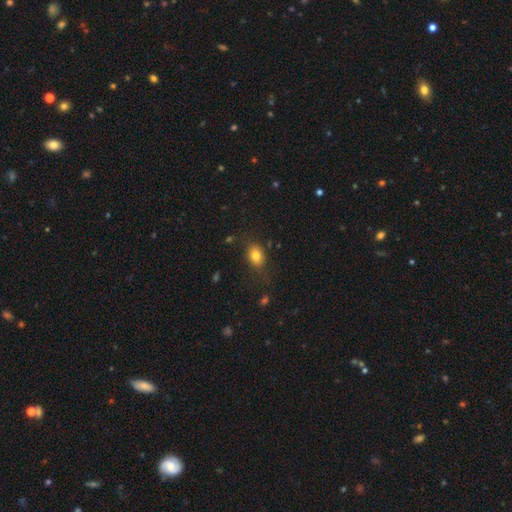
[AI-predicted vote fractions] smooth-or-featured: smooth: 80% | star or artifact: 10% | featured or disk: 9%
  how-rounded: in between: 75% | round: 24% | cigar-shaped: 2%
  merging: none: 77% | minor disturbance: 16% | major disturbance: 5% | merger: 2%